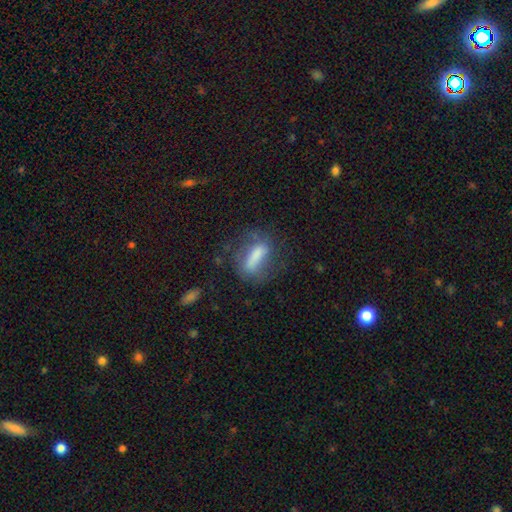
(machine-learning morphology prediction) Smooth or featured?
  - smooth: 59% *
  - featured or disk: 30%
  - star or artifact: 11%
How rounded?
  - cigar-shaped: 48% *
  - in between: 47%
  - round: 5%
Merging?
  - none: 59% *
  - minor disturbance: 22%
  - major disturbance: 16%
  - merger: 3%